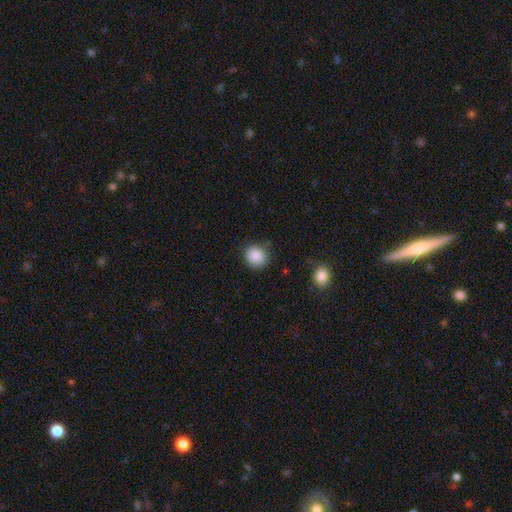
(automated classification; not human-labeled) Smooth or featured?
  - smooth: 88% *
  - star or artifact: 9%
  - featured or disk: 3%
How rounded?
  - round: 87% *
  - in between: 12%
  - cigar-shaped: 1%
Merging?
  - none: 86% *
  - minor disturbance: 10%
  - major disturbance: 3%
  - merger: 1%